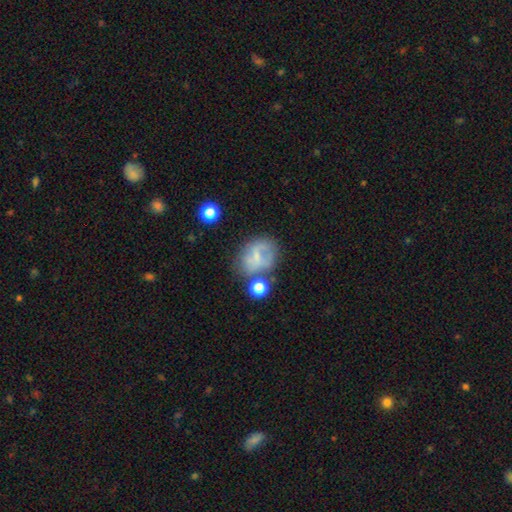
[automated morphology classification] Smooth or featured: smooth — 44% (featured or disk — 42%)
Merging: none — 47% (minor disturbance — 24%)